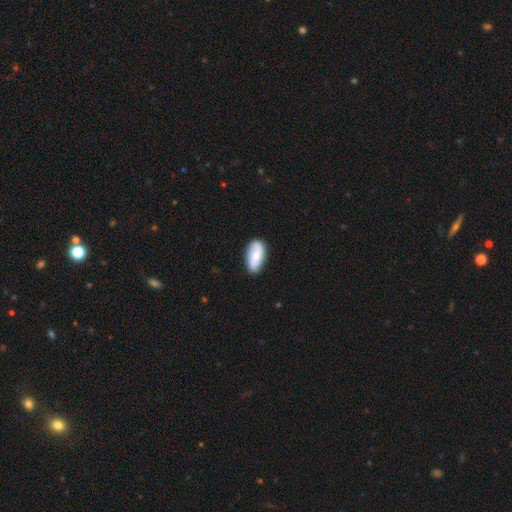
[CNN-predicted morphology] Smooth or featured?
  - smooth: 58% *
  - featured or disk: 36%
  - star or artifact: 6%
How rounded?
  - in between: 92% *
  - cigar-shaped: 5%
  - round: 3%
Merging?
  - none: 83% *
  - minor disturbance: 13%
  - major disturbance: 3%
  - merger: 1%